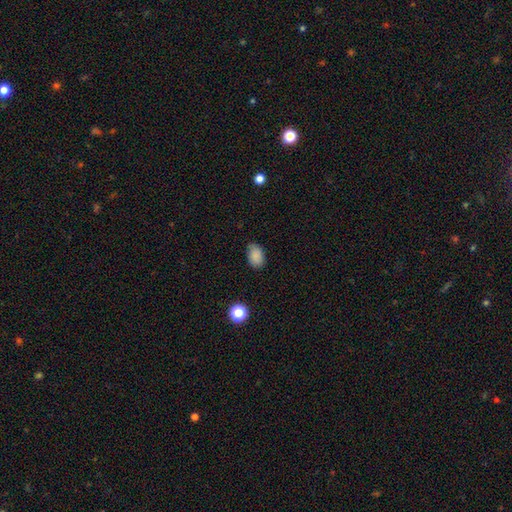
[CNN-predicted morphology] A smooth galaxy with no disk features (85%) that is in between round and cigar-shaped (82%). Merging: none (72%).